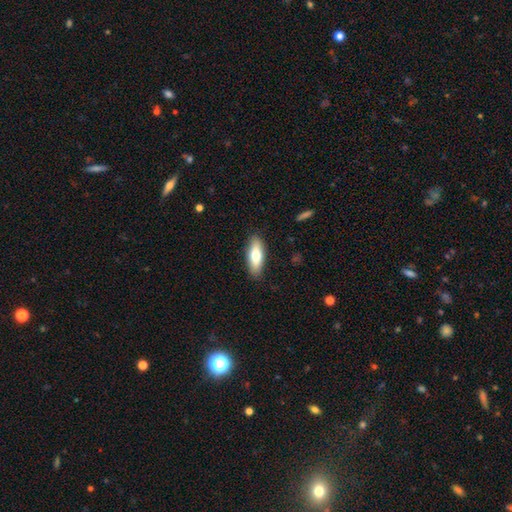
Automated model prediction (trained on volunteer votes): The model was most divided on "how rounded": in between: 65%, cigar-shaped: 33%, round: 2%. More confident: merging — none (87%); smooth or featured — smooth (70%).